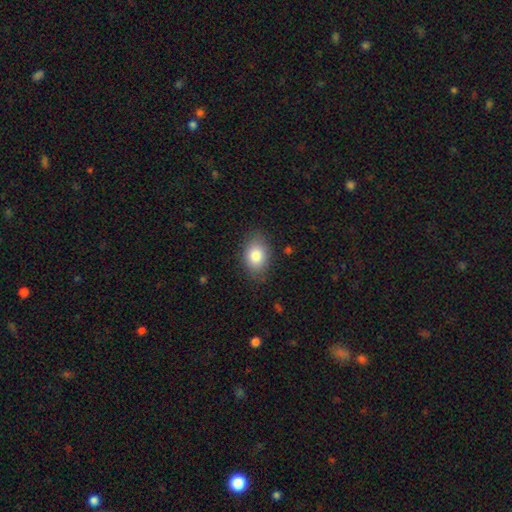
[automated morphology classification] A smooth galaxy with no disk features (83%) that is in between round and cigar-shaped (80%). Merging: none (83%).